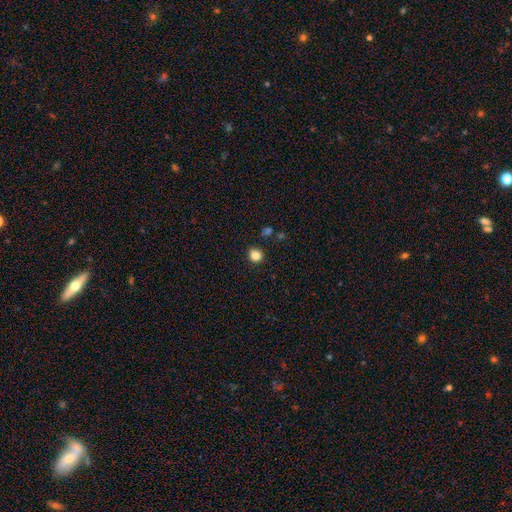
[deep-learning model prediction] Overall: smooth (84%). How rounded: round (85%). Merging: none (86%).